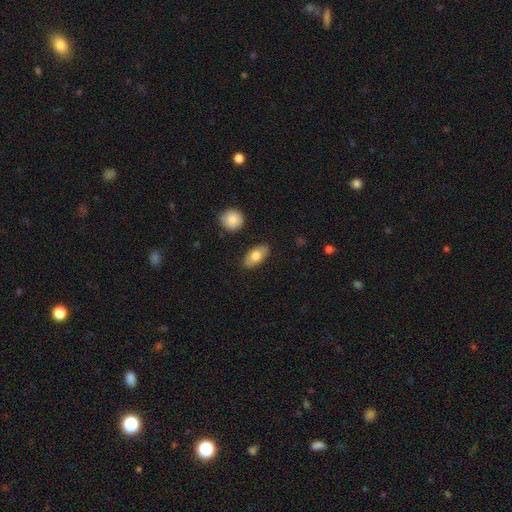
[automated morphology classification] Smooth or featured: smooth — 75% (featured or disk — 19%)
How rounded: in between — 91% (cigar-shaped — 4%)
Merging: none — 86% (minor disturbance — 10%)